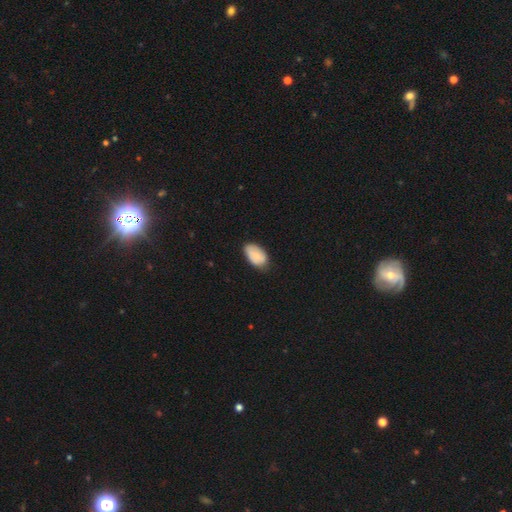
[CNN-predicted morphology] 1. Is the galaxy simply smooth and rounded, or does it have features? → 83% smooth, 10% featured or disk, 6% star or artifact.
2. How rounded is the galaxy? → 93% in between, 5% round, 1% cigar-shaped.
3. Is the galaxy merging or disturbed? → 73% none, 22% minor disturbance, 3% major disturbance, 1% merger.